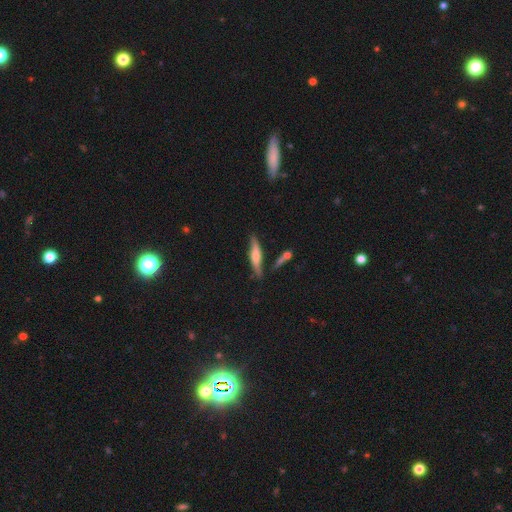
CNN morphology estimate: type=smooth (47%, tied with featured or disk); merging=none (72%).